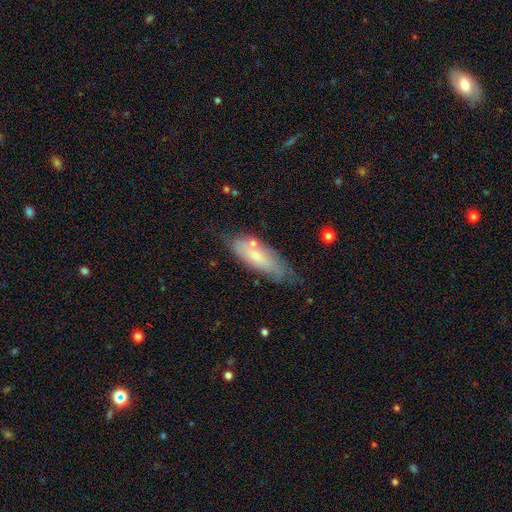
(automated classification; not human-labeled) The model was most divided on "smooth or featured": smooth: 54%, featured or disk: 39%, star or artifact: 7%. More confident: how rounded — in between (61%); merging — none (60%).